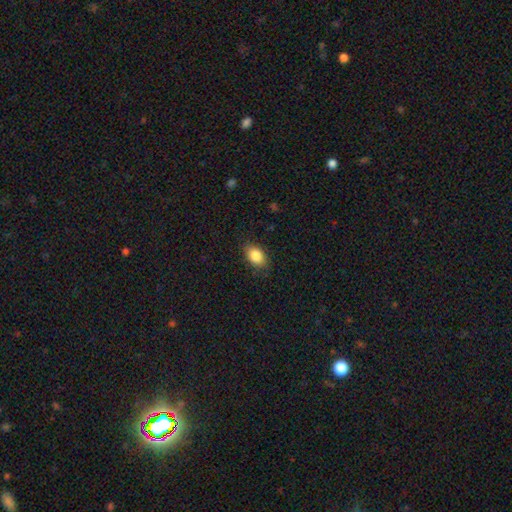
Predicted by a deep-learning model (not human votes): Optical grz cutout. It shows a smooth galaxy with no disk features (86%) that is in between round and cigar-shaped (86%). Merging: none (84%).